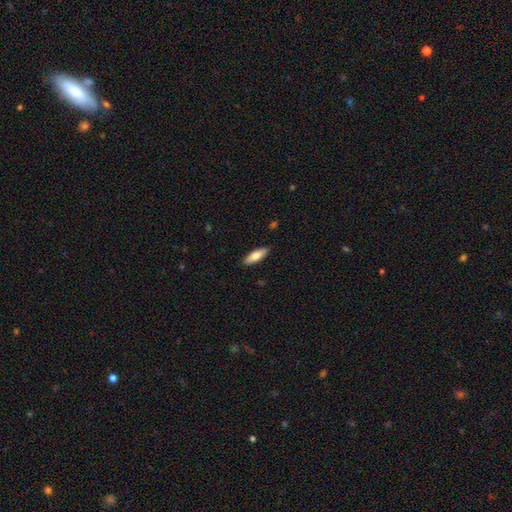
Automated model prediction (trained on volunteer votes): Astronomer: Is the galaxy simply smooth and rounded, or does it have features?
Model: smooth — 72%.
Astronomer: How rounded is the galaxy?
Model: in between — 51% (runner-up: cigar-shaped, 48%).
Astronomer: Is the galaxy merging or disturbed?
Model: none — 89%.